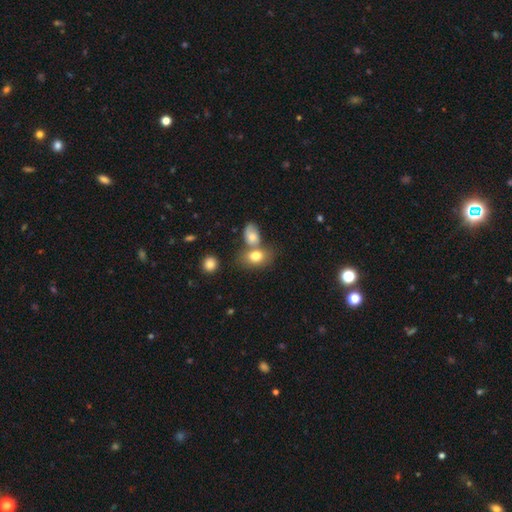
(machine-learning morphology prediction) smooth-or-featured: smooth: 77% | featured or disk: 14% | star or artifact: 9%
  how-rounded: in between: 76% | round: 22% | cigar-shaped: 2%
  merging: merger: 46% | none: 39% | minor disturbance: 11% | major disturbance: 5%